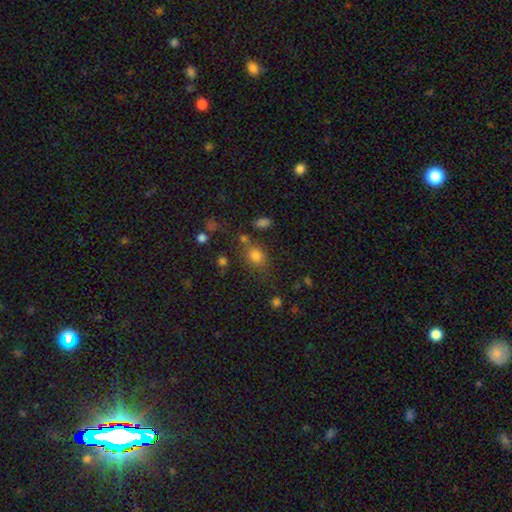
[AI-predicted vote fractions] Smooth or featured? smooth (78%)
How rounded? round (51%)
Merging? none (66%)